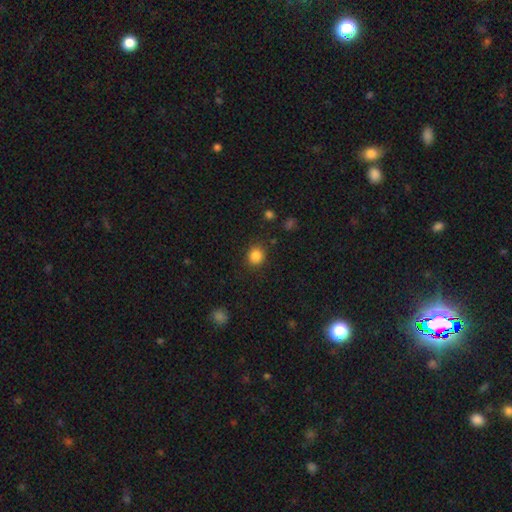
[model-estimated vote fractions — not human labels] Morphology: type=smooth (85%); roundness=round (81%); merging=none (86%).